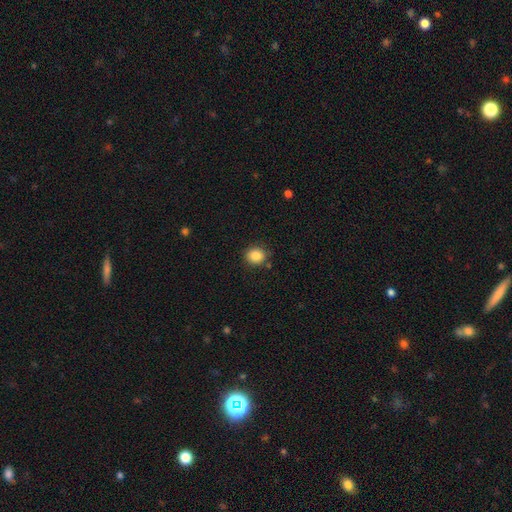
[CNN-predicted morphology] This is clearly a smooth galaxy (85%). How rounded: likely round (79%). Merging: clearly none (84%).